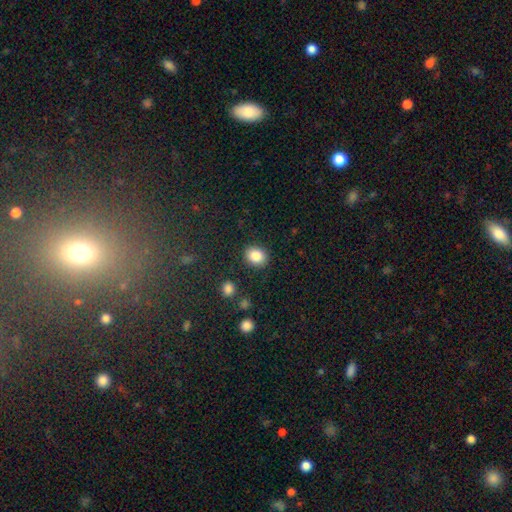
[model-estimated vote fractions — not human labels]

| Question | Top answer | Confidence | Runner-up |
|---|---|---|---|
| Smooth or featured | smooth | 86% | star or artifact (9%) |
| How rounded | round | 58% | in between (42%) |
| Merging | none | 88% | minor disturbance (8%) |